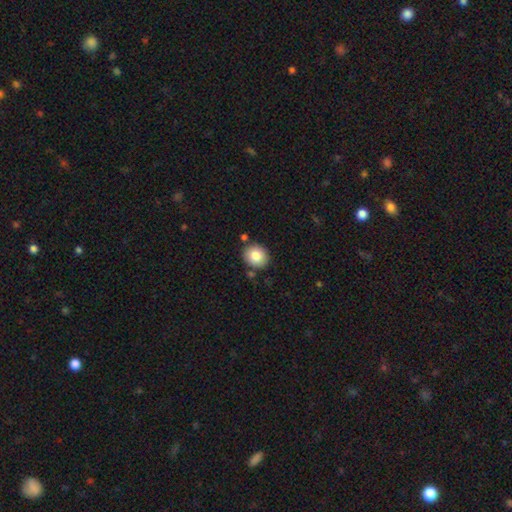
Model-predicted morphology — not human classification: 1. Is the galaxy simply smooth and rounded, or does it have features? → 82% smooth, 9% featured or disk, 9% star or artifact.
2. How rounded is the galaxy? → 72% round, 28% in between, 1% cigar-shaped.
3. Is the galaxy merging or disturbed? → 83% none, 9% minor disturbance, 6% merger, 2% major disturbance.